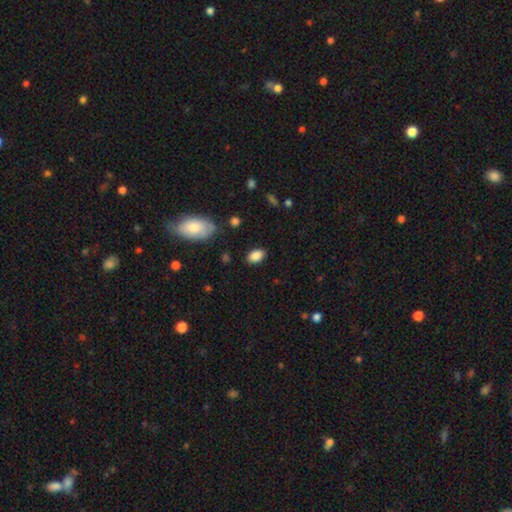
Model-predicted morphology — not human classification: Q: Smooth or featured?
A: smooth (87%); runner-up: star or artifact (8%)
Q: How rounded?
A: in between (89%); runner-up: round (9%)
Q: Merging?
A: none (84%); runner-up: minor disturbance (12%)